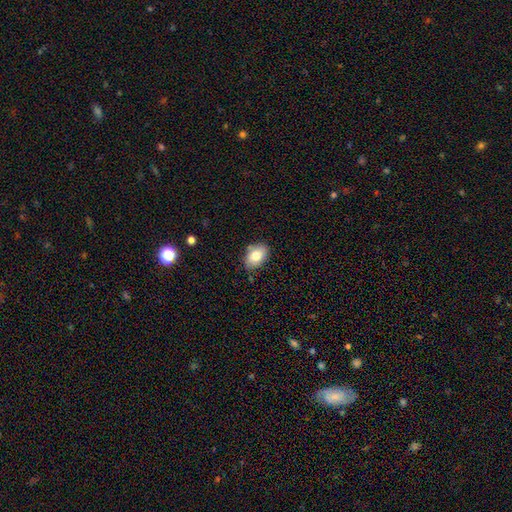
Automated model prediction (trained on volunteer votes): Smooth or featured? smooth (80%)
How rounded? in between (88%)
Merging? none (78%)